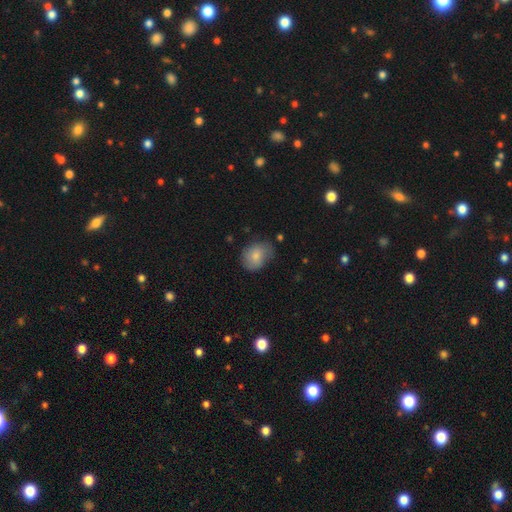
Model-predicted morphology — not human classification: This appears to be a smooth galaxy with no disk features (79%) that is in between round and cigar-shaped (55%). Merging: none (60%).